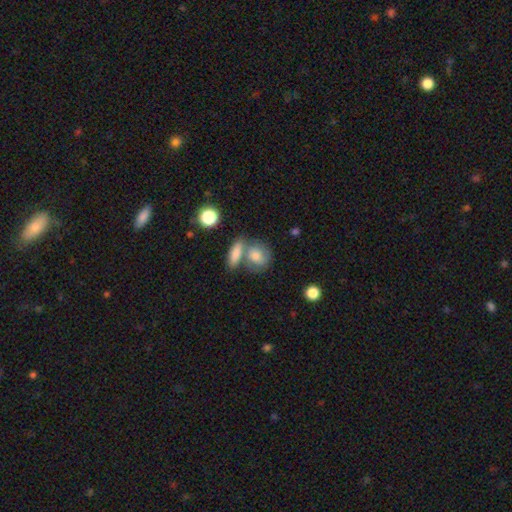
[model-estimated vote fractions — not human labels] This is likely a smooth galaxy (71%). How rounded: possibly round (50%). Merging: marginally merger (44%).